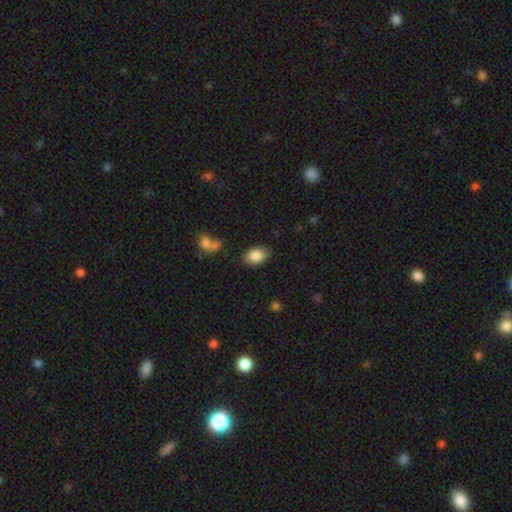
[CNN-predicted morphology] smooth_or_featured: smooth (p=0.87) [alt: star or artifact p=0.07]
how_rounded: in between (p=0.86) [alt: round p=0.13]
merging: none (p=0.80) [alt: minor disturbance p=0.14]